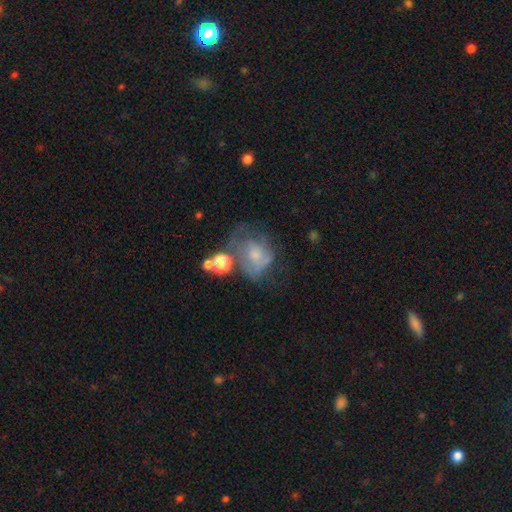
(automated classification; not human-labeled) Overall: featured or disk (43%; smooth 42%). Merging: major disturbance (38%; none 27%).